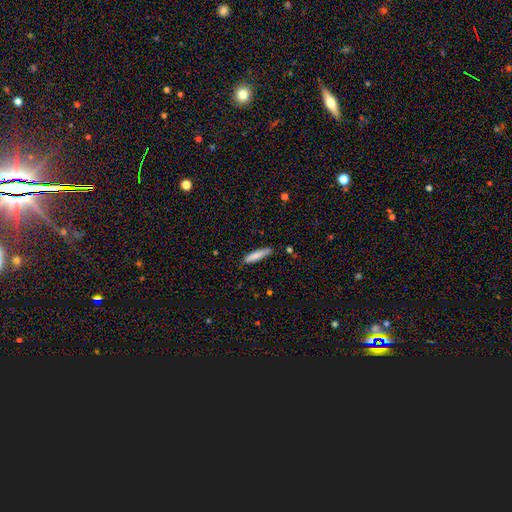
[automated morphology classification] Smooth or featured?
  - smooth: 80% *
  - featured or disk: 14%
  - star or artifact: 6%
How rounded?
  - cigar-shaped: 82% *
  - in between: 16%
  - round: 1%
Merging?
  - none: 81% *
  - minor disturbance: 15%
  - major disturbance: 2%
  - merger: 2%